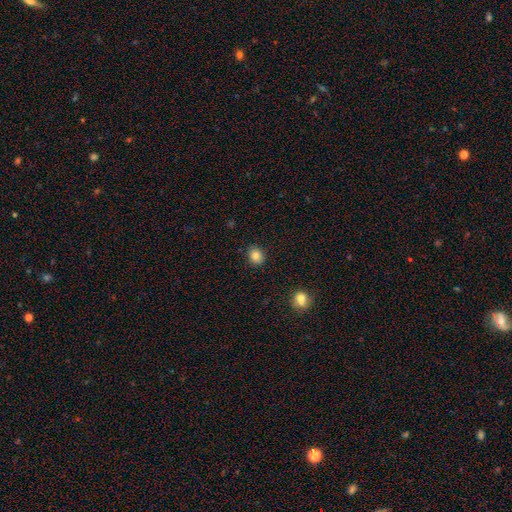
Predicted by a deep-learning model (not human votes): Overall: smooth (82%). How rounded: round (60%; in between 39%). Merging: none (87%).